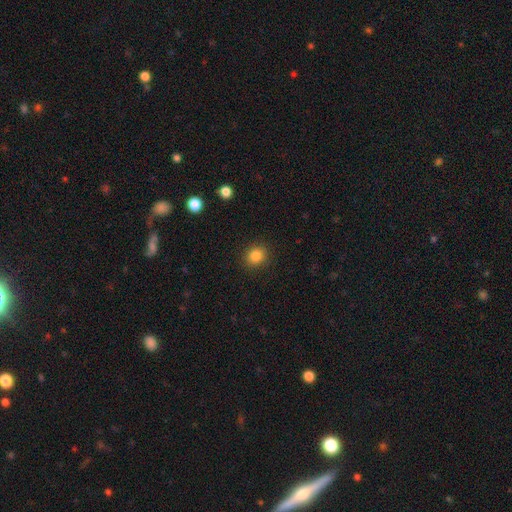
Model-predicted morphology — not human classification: Smooth or featured?
  - smooth: 84% *
  - star or artifact: 11%
  - featured or disk: 5%
How rounded?
  - round: 75% *
  - in between: 24%
  - cigar-shaped: 1%
Merging?
  - none: 90% *
  - minor disturbance: 7%
  - major disturbance: 2%
  - merger: 1%